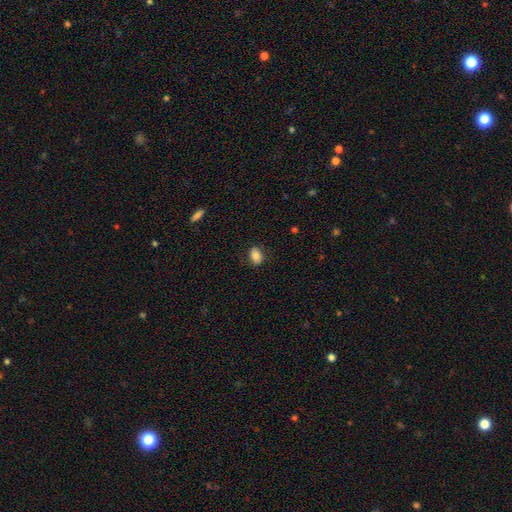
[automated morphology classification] Q: Smooth or featured?
A: smooth (81%); runner-up: featured or disk (10%)
Q: How rounded?
A: in between (77%); runner-up: round (21%)
Q: Merging?
A: none (82%); runner-up: minor disturbance (13%)